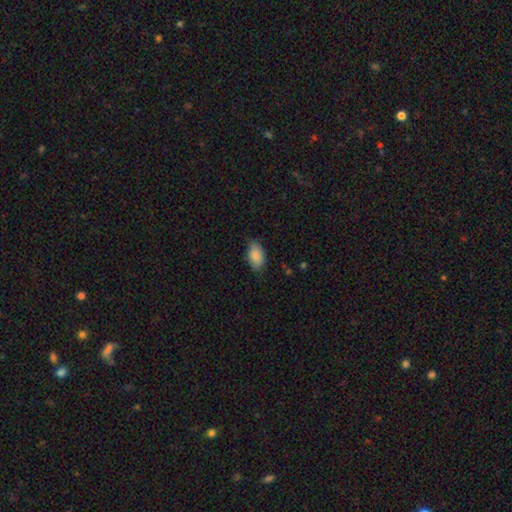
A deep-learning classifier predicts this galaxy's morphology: smooth 85%, featured or disk 8%, star or artifact 7%. Down the decision tree: how rounded — in between (92%); merging — none (71%).